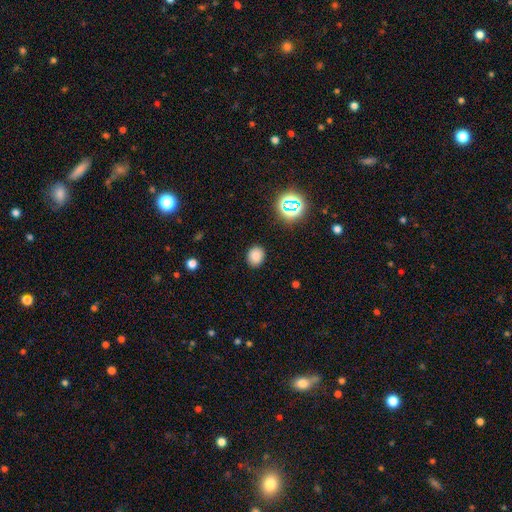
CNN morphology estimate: Smooth or featured: smooth — 80% (star or artifact — 15%)
How rounded: round — 61% (in between — 38%)
Merging: none — 88% (minor disturbance — 9%)